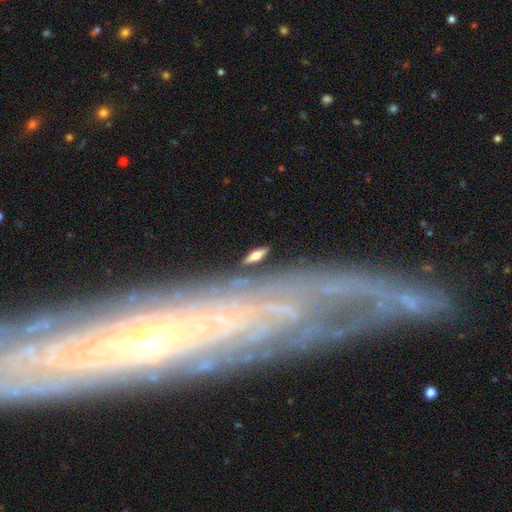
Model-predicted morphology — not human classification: smooth_or_featured: smooth (p=0.57) [alt: featured or disk p=0.35]
how_rounded: in between (p=0.60) [alt: cigar-shaped p=0.35]
merging: none (p=0.82) [alt: minor disturbance p=0.10]